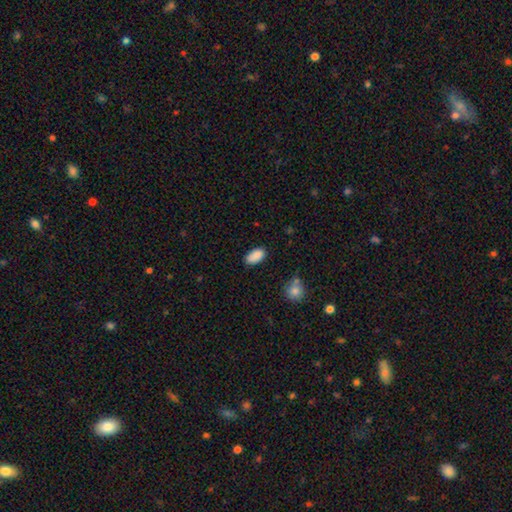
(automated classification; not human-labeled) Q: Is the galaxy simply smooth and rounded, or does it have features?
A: smooth — 88%.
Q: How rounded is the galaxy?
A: in between — 93%.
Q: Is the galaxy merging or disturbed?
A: none — 76%.